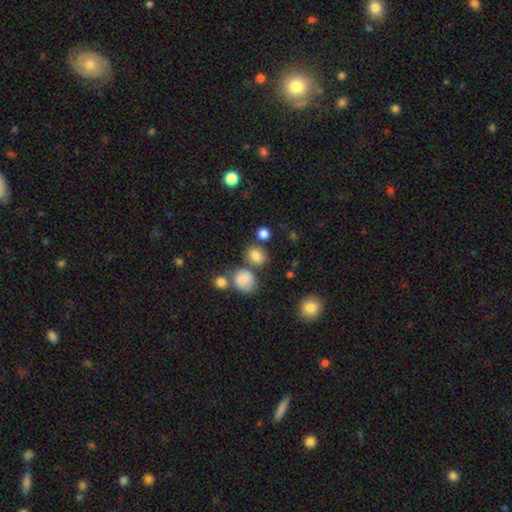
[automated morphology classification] Smooth or featured? smooth (81%)
How rounded? round (64%)
Merging? none (68%)